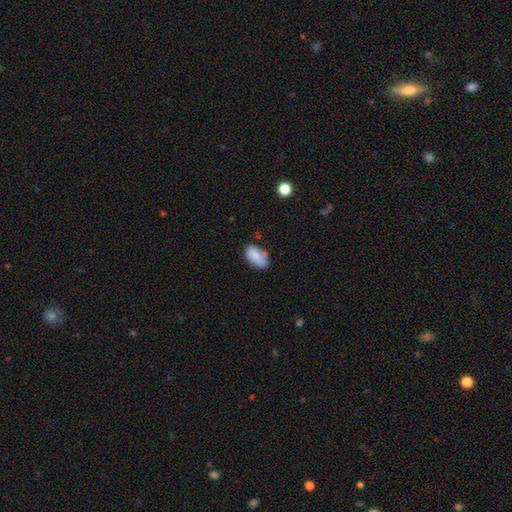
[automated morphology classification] A smooth galaxy with no disk features (83%) that is in between round and cigar-shaped (92%). Merging: none (60%).